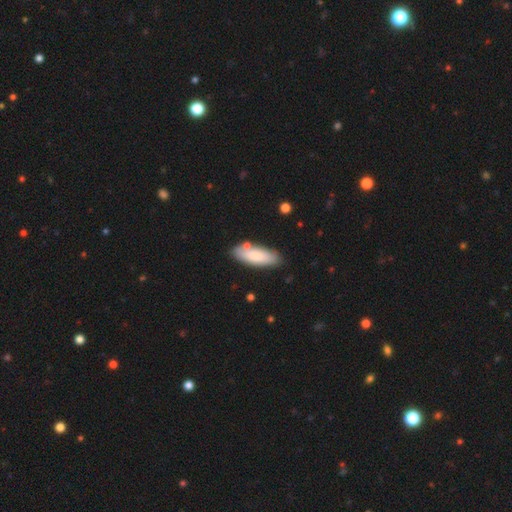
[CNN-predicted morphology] A smooth galaxy with no disk features (82%) that is in between round and cigar-shaped (67%).

Vote fractions:
- Smooth or featured? smooth: 82% / featured or disk: 13% / star or artifact: 5%
- How rounded? in between: 67% / cigar-shaped: 32% / round: 2%
- Merging? none: 78% / minor disturbance: 13% / merger: 6% / major disturbance: 3%